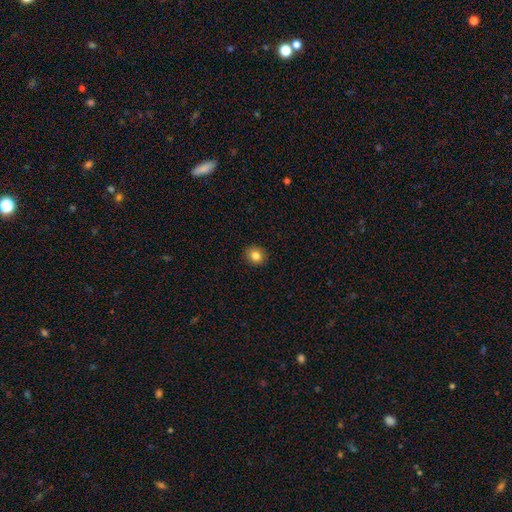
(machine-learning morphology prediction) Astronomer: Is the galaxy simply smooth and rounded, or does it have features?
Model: smooth — 84%.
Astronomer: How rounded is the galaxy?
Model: round — 77%.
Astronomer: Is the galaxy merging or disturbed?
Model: none — 91%.